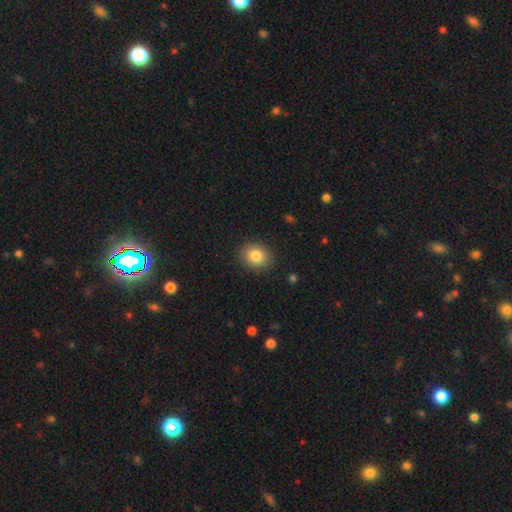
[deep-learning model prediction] This is clearly a smooth galaxy (83%). How rounded: likely round (65%). Merging: clearly none (89%).